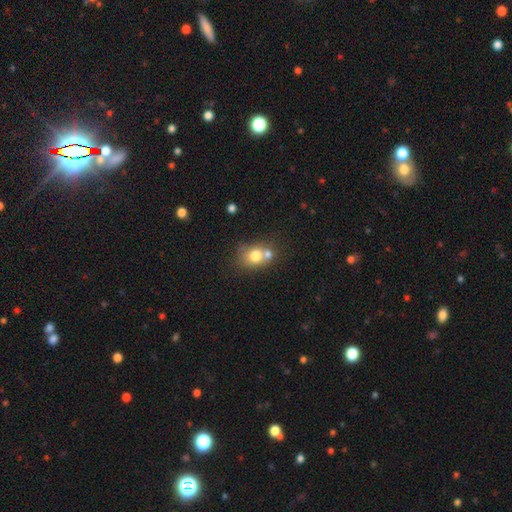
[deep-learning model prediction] Smooth or featured? Predicted: smooth (p=0.74). How rounded? Predicted: round (p=0.62). Merging? Predicted: merger (p=0.49).